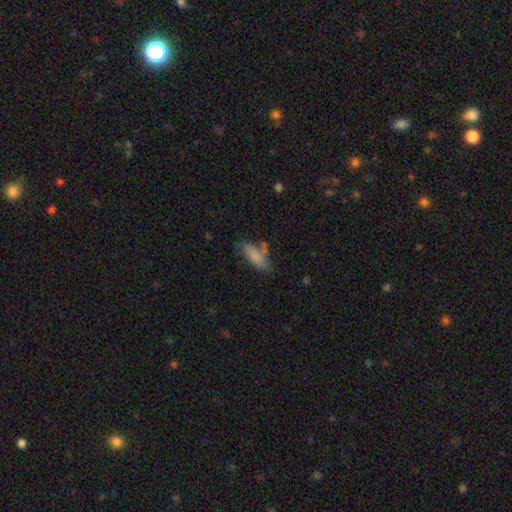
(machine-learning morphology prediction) smooth-or-featured: smooth: 79% | featured or disk: 14% | star or artifact: 7%
  how-rounded: in between: 69% | cigar-shaped: 29% | round: 2%
  merging: none: 54% | minor disturbance: 25% | merger: 13% | major disturbance: 8%